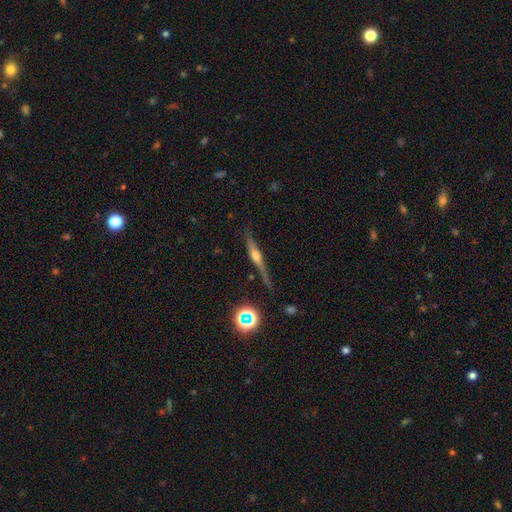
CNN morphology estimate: The model was most divided on "smooth or featured": featured or disk: 72%, smooth: 19%, star or artifact: 10%. More confident: edge-on disk — yes (97%); edge-on bulge — rounded (90%); merging — none (82%).